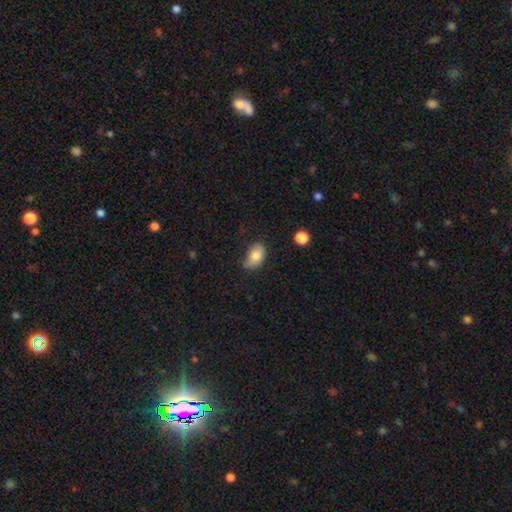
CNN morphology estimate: Overall: smooth (79%). How rounded: in between (89%). Merging: none (52%; minor disturbance 37%).